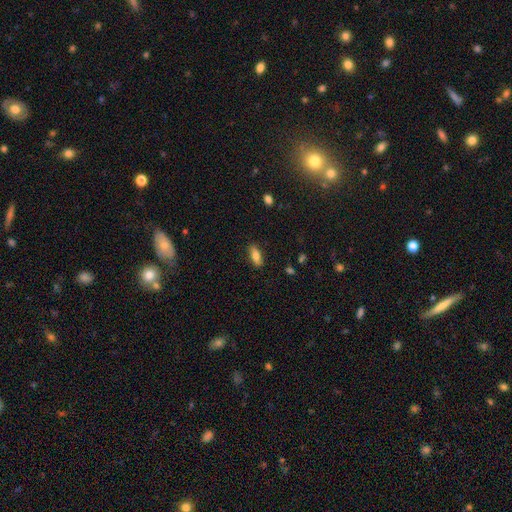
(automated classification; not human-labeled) Smooth or featured: smooth — 81% (featured or disk — 12%)
How rounded: in between — 73% (cigar-shaped — 24%)
Merging: none — 86% (minor disturbance — 10%)